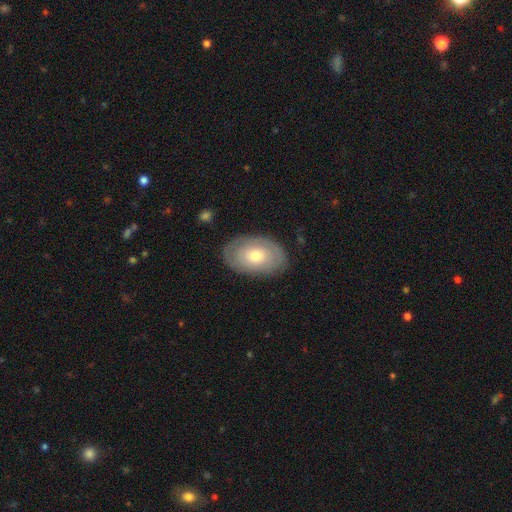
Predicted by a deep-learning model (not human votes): smooth 47%, featured or disk 46%, star or artifact 6%. Down the decision tree: merging — none (83%).